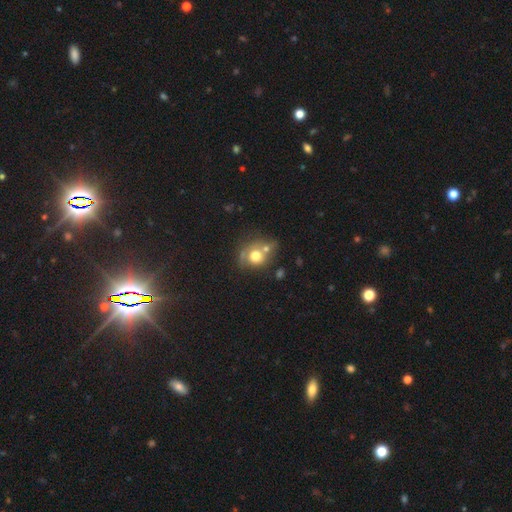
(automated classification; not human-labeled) Overall: smooth (66%). How rounded: round (74%). Merging: none (40%; merger 33%).